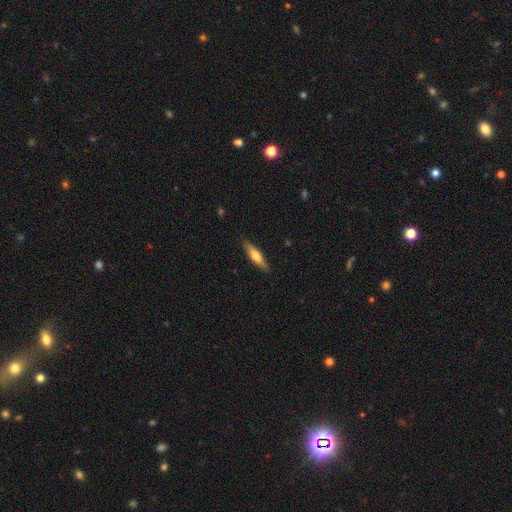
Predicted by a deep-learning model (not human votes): The model was most divided on "smooth or featured": smooth: 55%, featured or disk: 39%, star or artifact: 6%. More confident: merging — none (87%); how rounded — cigar-shaped (78%).